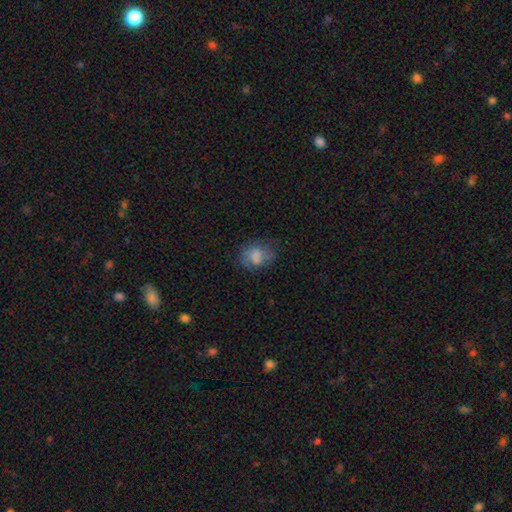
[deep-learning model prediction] The model was most divided on "how rounded": in between: 57%, round: 42%, cigar-shaped: 1%. More confident: smooth or featured — smooth (65%); merging — none (55%).